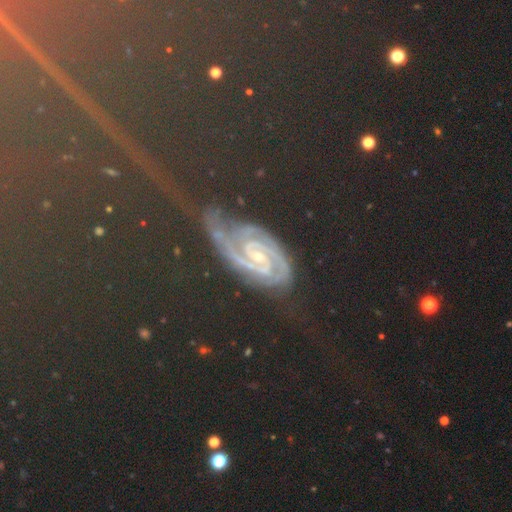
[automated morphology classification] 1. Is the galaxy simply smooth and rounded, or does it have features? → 45% star or artifact, 32% featured or disk, 24% smooth.